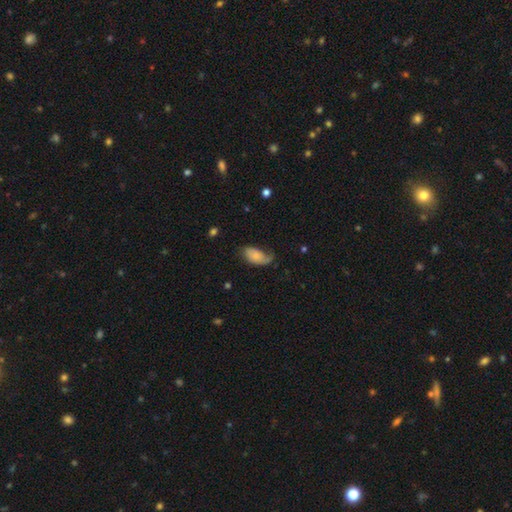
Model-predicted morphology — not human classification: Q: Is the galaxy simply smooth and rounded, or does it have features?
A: smooth — 61%.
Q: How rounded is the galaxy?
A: in between — 93%.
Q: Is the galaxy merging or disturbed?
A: none — 42%.